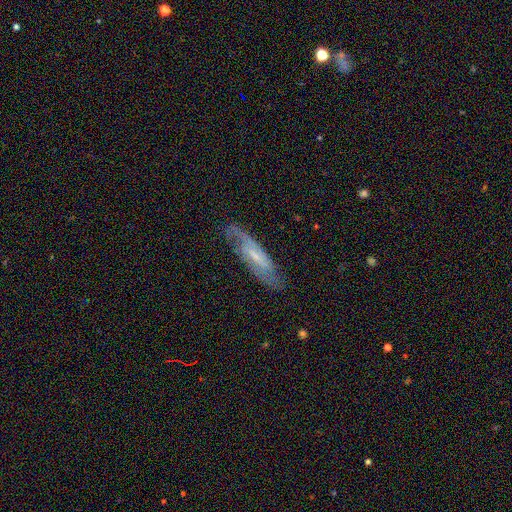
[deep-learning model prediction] This appears to be a featured or disk galaxy (79%) with a weak bar (48%), 2 (78%) medium (47%) spiral arms (94%) and a small central bulge (59%). Merging: none (78%).